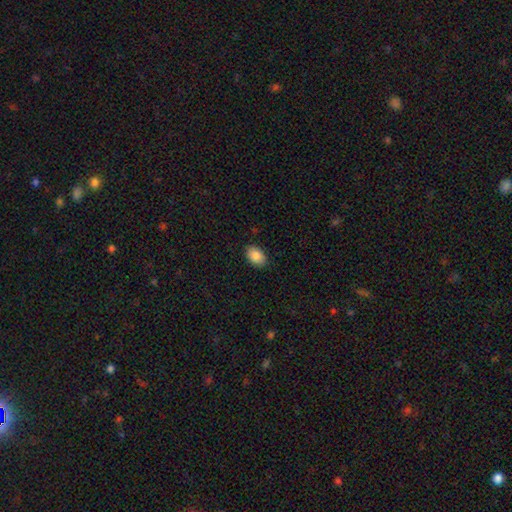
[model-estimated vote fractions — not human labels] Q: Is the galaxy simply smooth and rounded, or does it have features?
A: smooth — 87%.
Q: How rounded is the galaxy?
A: in between — 86%.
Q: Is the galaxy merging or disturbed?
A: none — 88%.